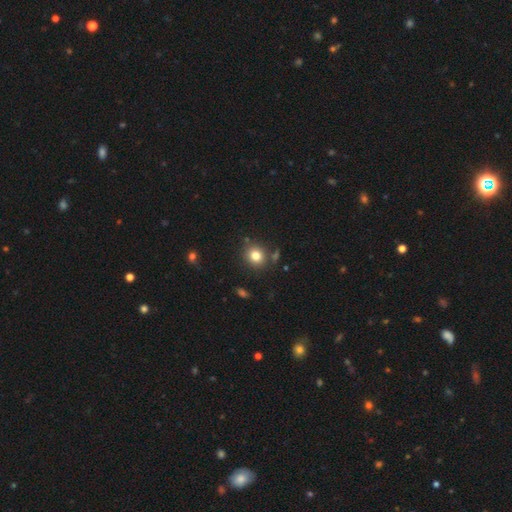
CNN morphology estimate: Smooth or featured?
  - smooth: 80% *
  - star or artifact: 12%
  - featured or disk: 7%
How rounded?
  - round: 82% *
  - in between: 17%
  - cigar-shaped: 1%
Merging?
  - none: 81% *
  - minor disturbance: 10%
  - merger: 6%
  - major disturbance: 3%